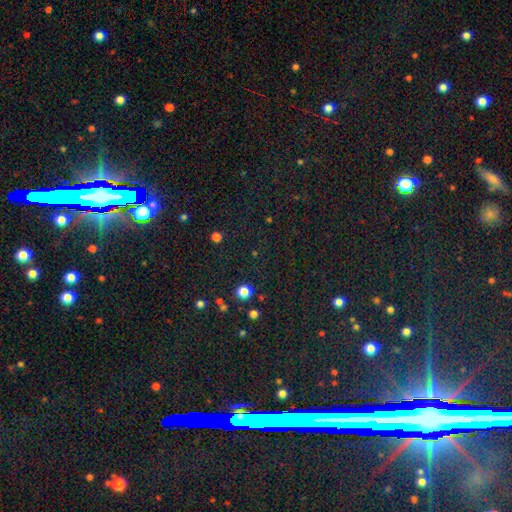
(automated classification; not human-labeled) smooth-or-featured: star or artifact: 81% | smooth: 10% | featured or disk: 9%